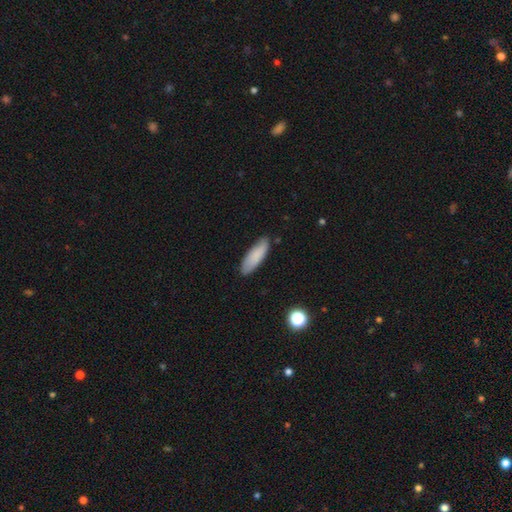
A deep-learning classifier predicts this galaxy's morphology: Smooth or featured? Predicted: smooth (p=0.83). How rounded? Predicted: in between (p=0.53). Merging? Predicted: none (p=0.82).